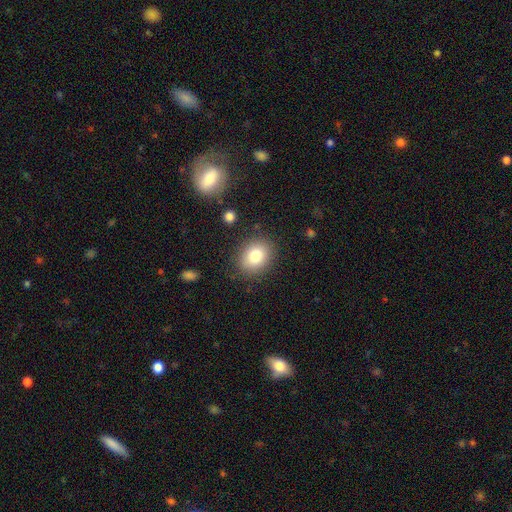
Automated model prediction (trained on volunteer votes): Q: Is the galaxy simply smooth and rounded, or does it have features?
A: smooth — 81%.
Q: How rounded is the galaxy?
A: in between — 50%.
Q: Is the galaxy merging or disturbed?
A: none — 84%.